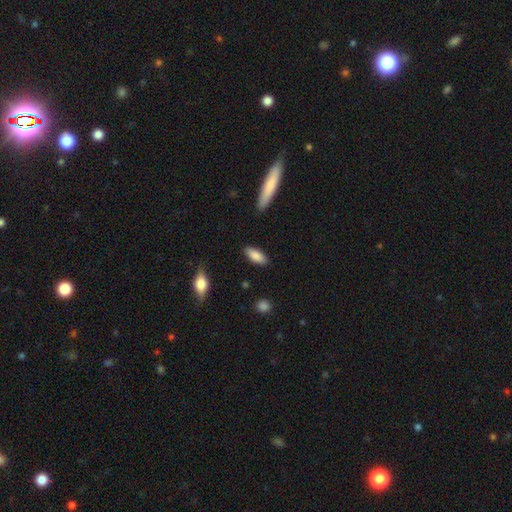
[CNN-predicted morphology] The model was most divided on "how rounded": in between: 77%, cigar-shaped: 21%, round: 2%. More confident: merging — none (86%); smooth or featured — smooth (85%).